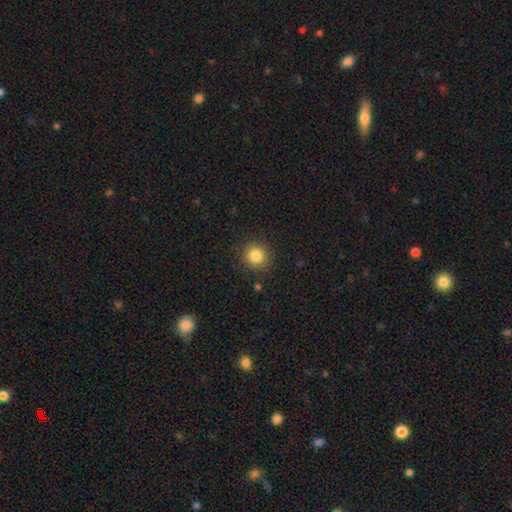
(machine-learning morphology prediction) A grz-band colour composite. It shows a smooth galaxy with no disk features (84%) that is round (91%). Merging: none (89%).